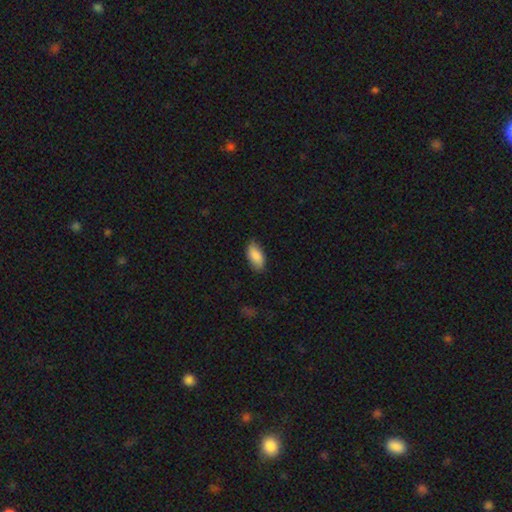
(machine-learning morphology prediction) Smooth or featured? smooth (88%)
How rounded? in between (91%)
Merging? none (80%)